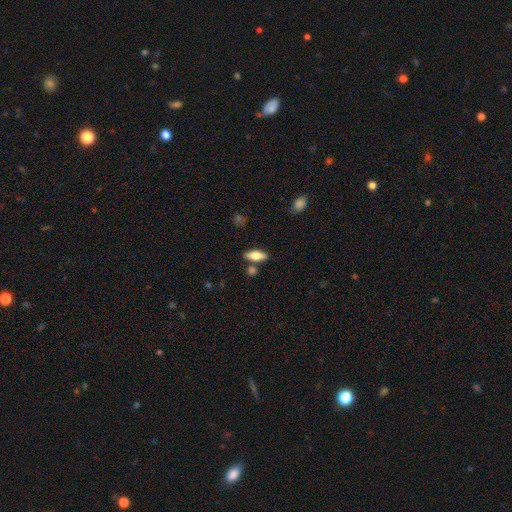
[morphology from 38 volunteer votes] Q: Smooth or featured?
A: smooth (71%); runner-up: featured or disk (24%)
Q: How rounded?
A: in between (74%); runner-up: cigar-shaped (19%)
Q: Merging?
A: none (92%); runner-up: merger (6%)